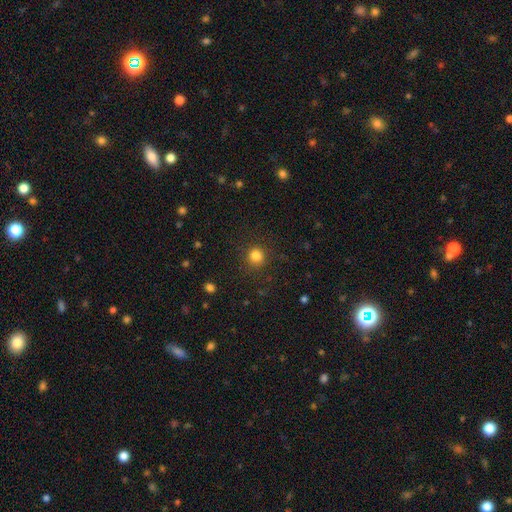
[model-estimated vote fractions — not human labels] Q: Smooth or featured?
A: smooth (83%); runner-up: star or artifact (13%)
Q: How rounded?
A: round (93%); runner-up: in between (6%)
Q: Merging?
A: none (89%); runner-up: minor disturbance (7%)